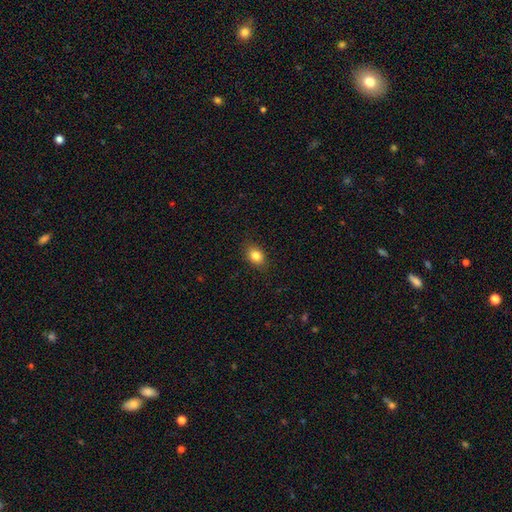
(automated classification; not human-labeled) Overall: smooth (84%). How rounded: in between (71%). Merging: none (88%).